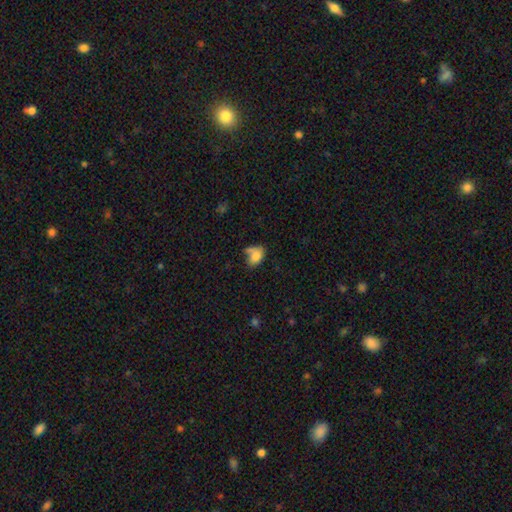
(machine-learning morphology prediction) This is likely a smooth galaxy (77%). How rounded: likely in between (76%). Merging: marginally none (39%).